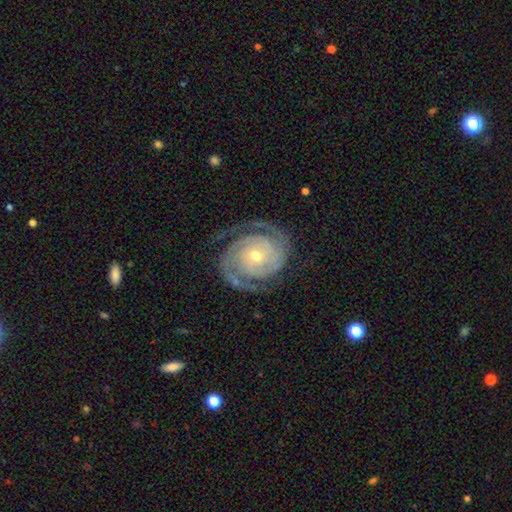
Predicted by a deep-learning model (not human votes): Q: Smooth or featured?
A: featured or disk (92%); runner-up: star or artifact (4%)
Q: Edge-on disk?
A: no (98%); runner-up: yes (2%)
Q: Bar?
A: no (73%); runner-up: weak (19%)
Q: Spiral arms?
A: yes (98%); runner-up: no (2%)
Q: Spiral winding?
A: tight (70%); runner-up: medium (26%)
Q: Spiral arm count?
A: 2 (89%); runner-up: 3 (5%)
Q: Bulge size?
A: small (56%); runner-up: moderate (40%)
Q: Merging?
A: none (81%); runner-up: minor disturbance (12%)